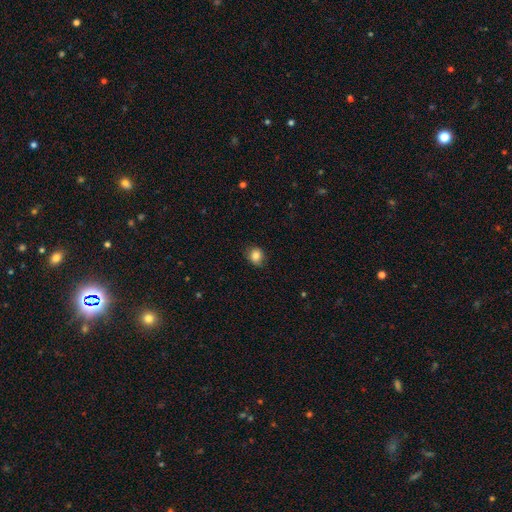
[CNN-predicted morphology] This is clearly a smooth galaxy (83%). How rounded: likely round (69%). Merging: likely none (78%).